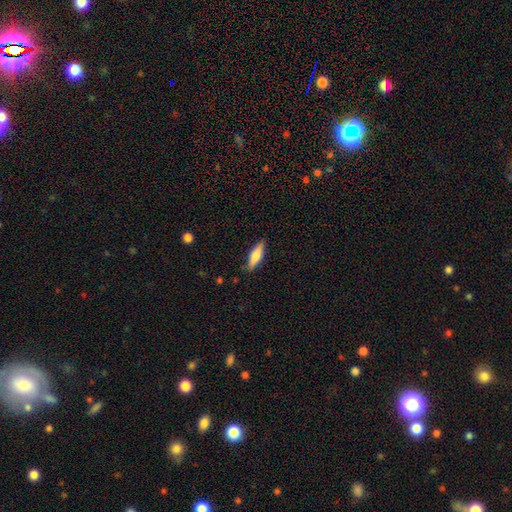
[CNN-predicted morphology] type=smooth (70%); roundness=cigar-shaped (54%); merging=none (84%).